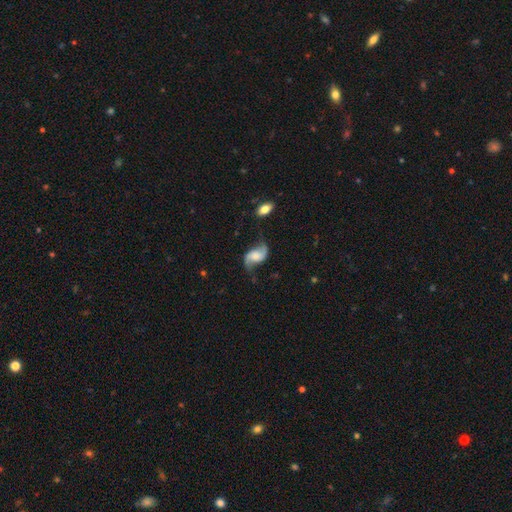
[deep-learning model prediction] Smooth or featured: featured or disk — 80% (smooth — 13%)
Edge-on disk: no — 97% (yes — 3%)
Bar: no — 53% (weak — 35%)
Spiral arms: yes — 95% (no — 5%)
Spiral winding: loose — 71% (medium — 23%)
Spiral arm count: 2 — 92% (1 — 3%)
Bulge size: none — 33% (large — 23%)
Merging: none — 68% (minor disturbance — 19%)